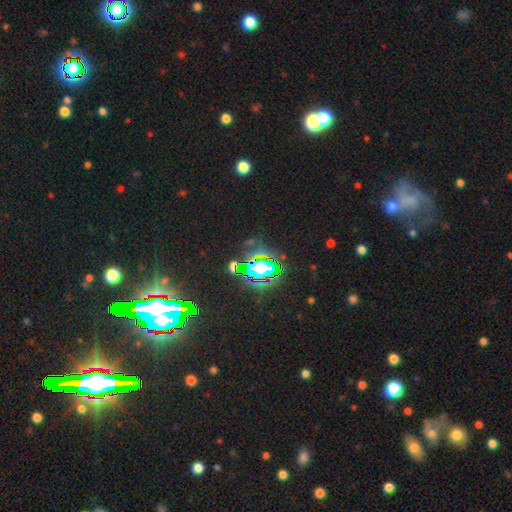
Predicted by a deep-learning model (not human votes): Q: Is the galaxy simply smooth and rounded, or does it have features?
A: star or artifact — 83%.